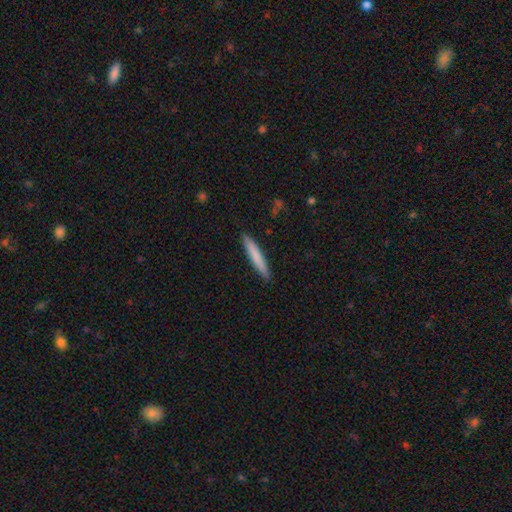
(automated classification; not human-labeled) Smooth or featured: smooth — 77% (featured or disk — 18%)
How rounded: cigar-shaped — 95% (in between — 4%)
Merging: none — 91% (minor disturbance — 7%)